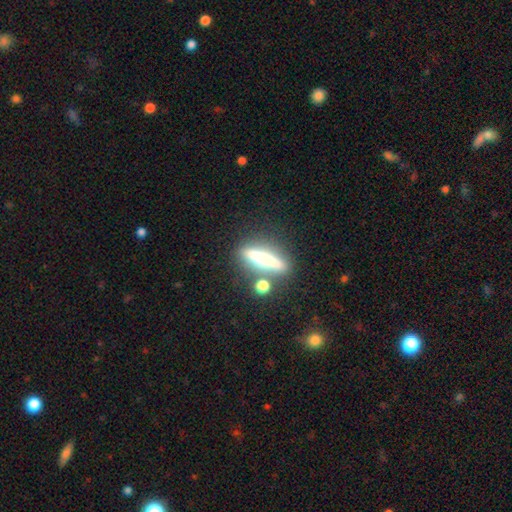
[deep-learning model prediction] smooth 48%, featured or disk 42%, star or artifact 9%. Down the decision tree: merging — none (72%).